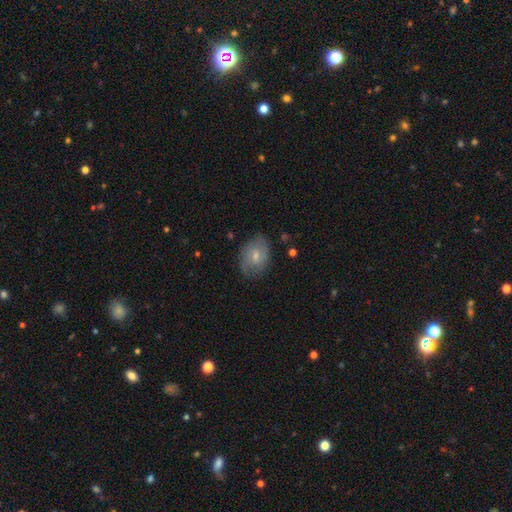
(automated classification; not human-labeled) This is possibly a smooth galaxy (55%). How rounded: likely in between (69%). Merging: likely none (73%).